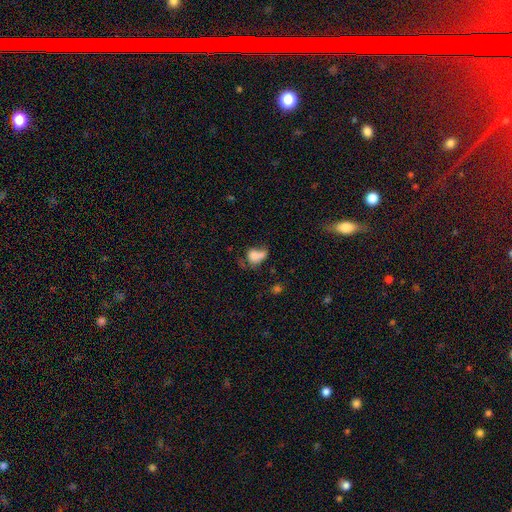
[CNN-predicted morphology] A smooth galaxy with no disk features (72%) that is in between round and cigar-shaped (68%).

Vote fractions:
- Smooth or featured? smooth: 72% / featured or disk: 15% / star or artifact: 12%
- How rounded? in between: 68% / round: 30% / cigar-shaped: 2%
- Merging? merger: 28% / major disturbance: 27% / none: 24% / minor disturbance: 21%